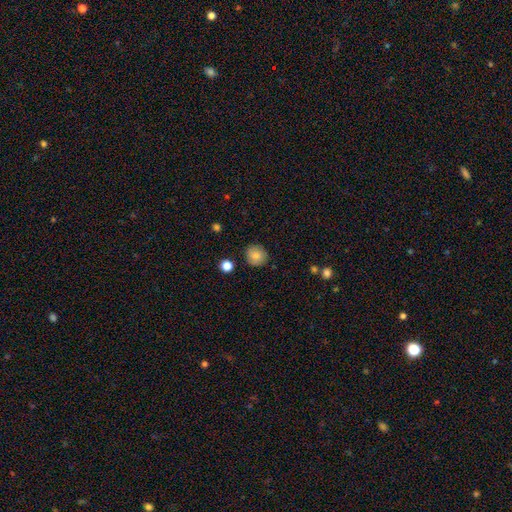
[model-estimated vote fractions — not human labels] Smooth or featured? smooth (79%)
How rounded? round (88%)
Merging? none (86%)